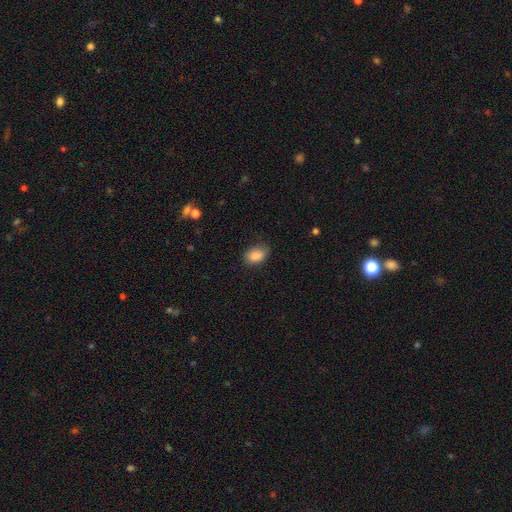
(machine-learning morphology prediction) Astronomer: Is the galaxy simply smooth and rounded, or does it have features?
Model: smooth — 87%.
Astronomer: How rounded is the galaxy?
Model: in between — 83%.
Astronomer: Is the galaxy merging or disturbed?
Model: none — 76%.